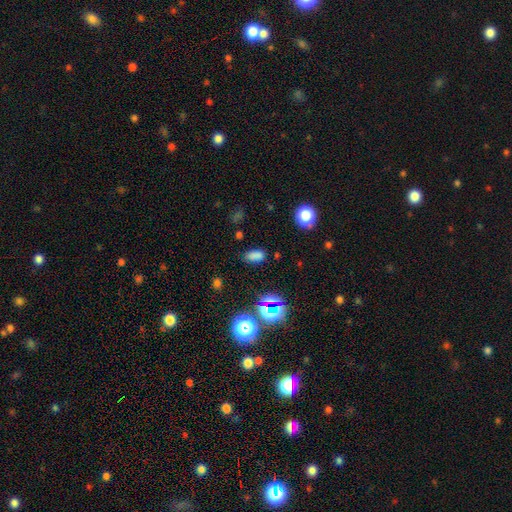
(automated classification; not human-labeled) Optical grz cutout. It shows a smooth galaxy with no disk features (70%) that is in between round and cigar-shaped (88%). Merging: none (79%).